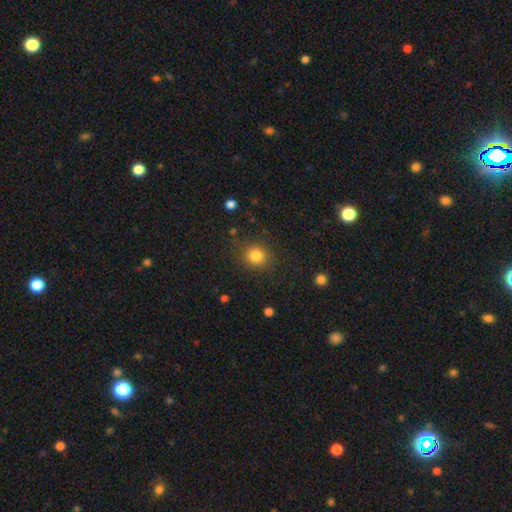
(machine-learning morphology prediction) Smooth or featured? Predicted: smooth (p=0.83). How rounded? Predicted: round (p=0.84). Merging? Predicted: none (p=0.84).